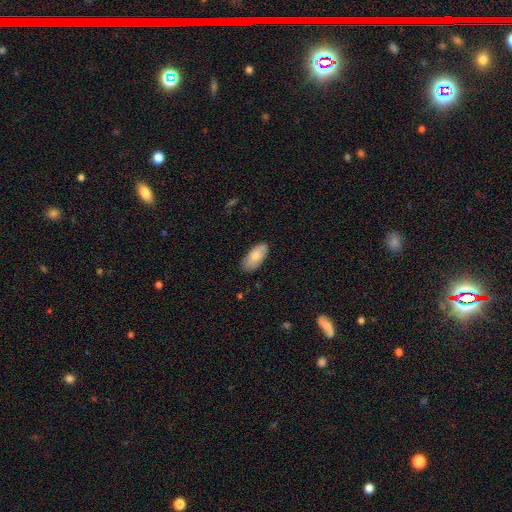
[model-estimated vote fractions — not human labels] Smooth or featured?
  - smooth: 79% *
  - featured or disk: 15%
  - star or artifact: 6%
How rounded?
  - in between: 92% *
  - cigar-shaped: 6%
  - round: 2%
Merging?
  - none: 84% *
  - minor disturbance: 12%
  - major disturbance: 2%
  - merger: 1%